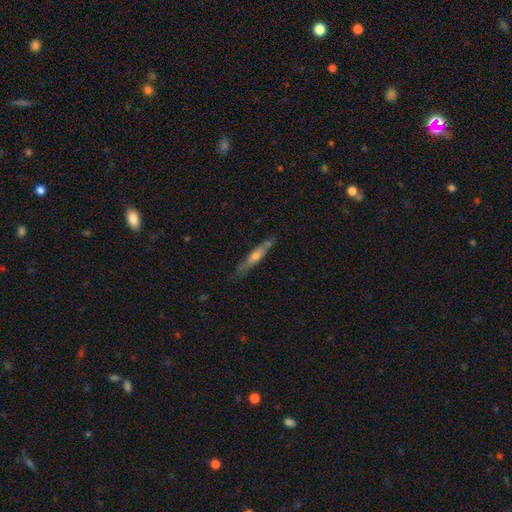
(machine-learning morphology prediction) This appears to be a featured or disk galaxy (53%) viewed edge-on (83%). Merging: none (77%).